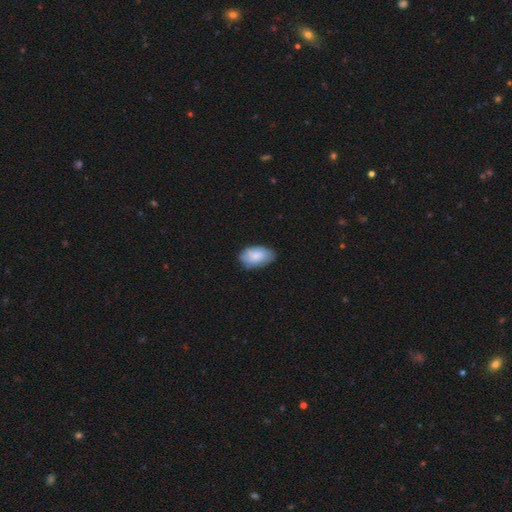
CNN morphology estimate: smooth-or-featured: smooth: 76% | featured or disk: 18% | star or artifact: 6%
  how-rounded: in between: 93% | round: 5% | cigar-shaped: 2%
  merging: none: 75% | minor disturbance: 20% | major disturbance: 4% | merger: 1%